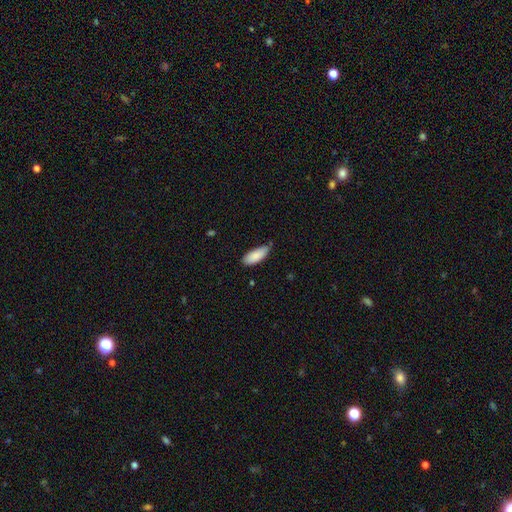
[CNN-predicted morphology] Smooth or featured? Predicted: smooth (p=0.88). How rounded? Predicted: in between (p=0.81). Merging? Predicted: none (p=0.64).